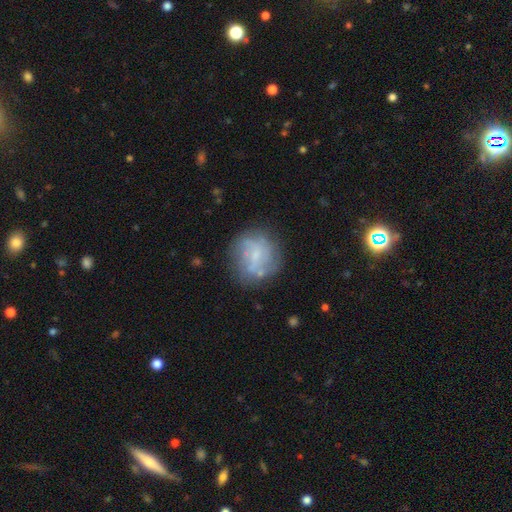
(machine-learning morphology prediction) Overall: featured or disk (50%; smooth 40%). Edge-on disk: no (97%). Merging: none (66%).